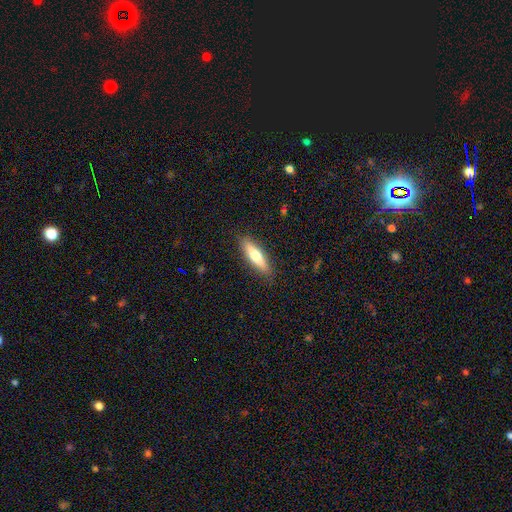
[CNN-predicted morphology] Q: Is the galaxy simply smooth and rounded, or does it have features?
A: smooth — 60%.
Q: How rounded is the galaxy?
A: cigar-shaped — 68%.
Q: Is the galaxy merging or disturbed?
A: none — 88%.